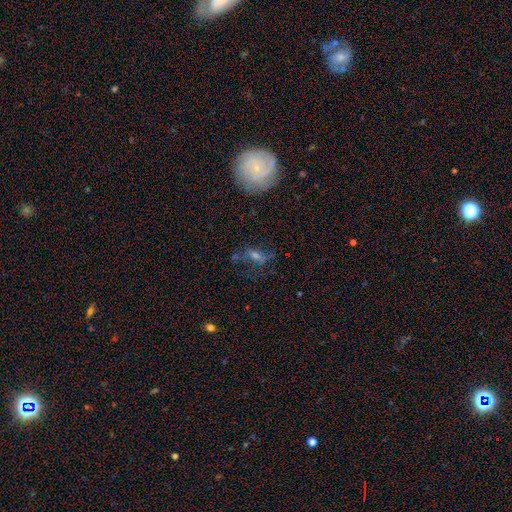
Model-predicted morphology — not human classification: smooth-or-featured: featured or disk: 55% | smooth: 25% | star or artifact: 20%
  disk-edge-on: no: 87% | yes: 13%
  merging: none: 58% | minor disturbance: 19% | major disturbance: 18% | merger: 5%